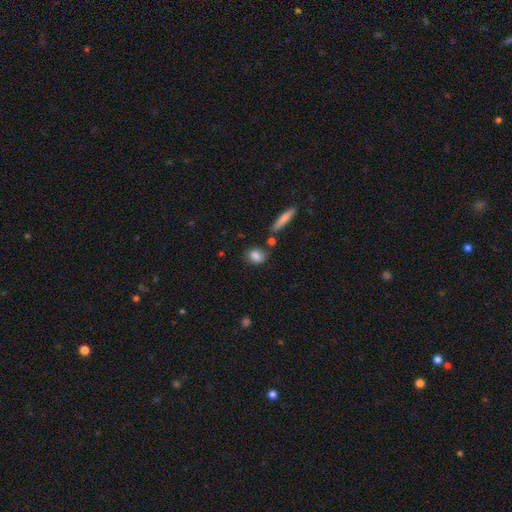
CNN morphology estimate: A smooth galaxy with no disk features (82%) that is in between round and cigar-shaped (55%). Merging: none (68%).